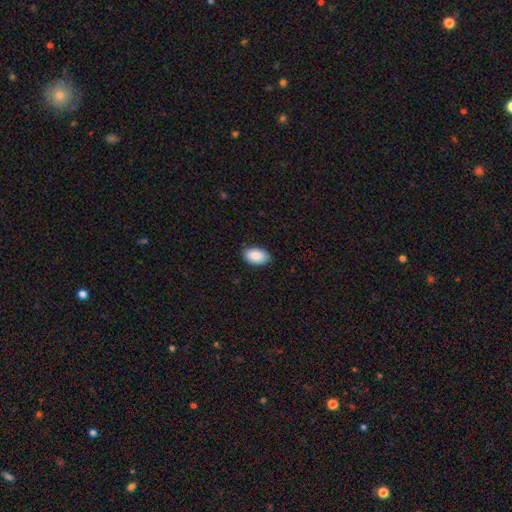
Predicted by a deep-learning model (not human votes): A smooth galaxy with no disk features (89%) that is in between round and cigar-shaped (94%).

Vote fractions:
- Smooth or featured? smooth: 89% / star or artifact: 6% / featured or disk: 4%
- How rounded? in between: 94% / round: 5% / cigar-shaped: 1%
- Merging? none: 88% / minor disturbance: 9% / major disturbance: 2% / merger: 1%